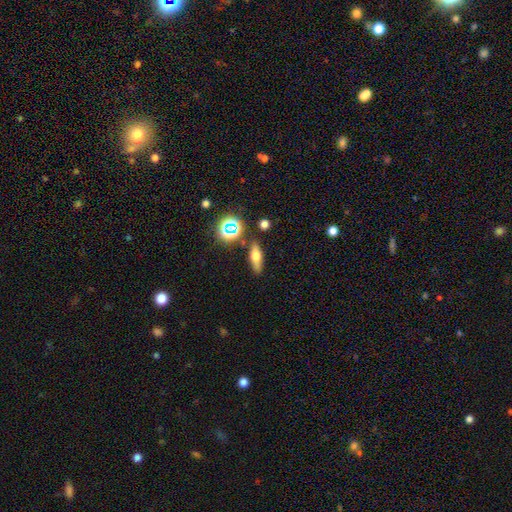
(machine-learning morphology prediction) type=smooth (62%); roundness=in between (48%); merging=none (82%).